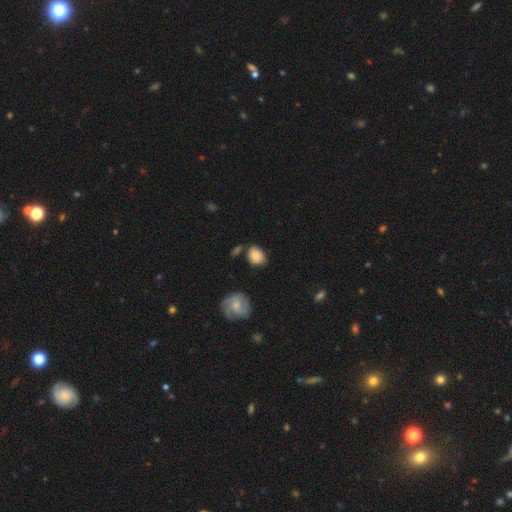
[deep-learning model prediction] Morphology: type=smooth (81%); roundness=in between (57%); merging=none (62%).